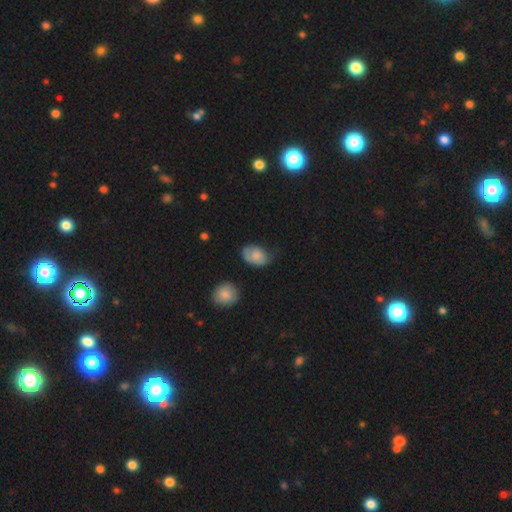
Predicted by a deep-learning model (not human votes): smooth_or_featured: smooth (p=0.78) [alt: featured or disk p=0.15]
how_rounded: in between (p=0.82) [alt: round p=0.17]
merging: none (p=0.46) [alt: minor disturbance p=0.39]